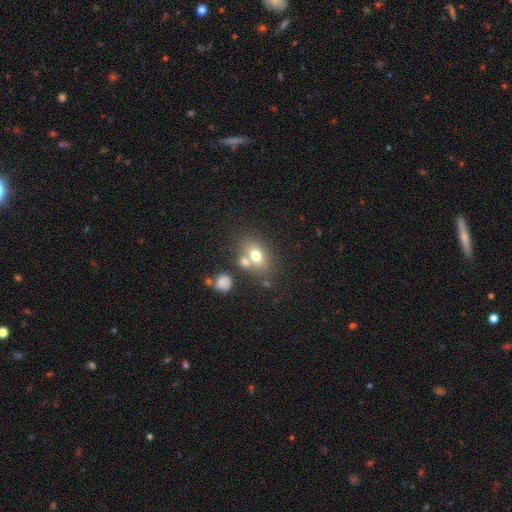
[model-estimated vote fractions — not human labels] A smooth galaxy with no disk features (69%) that is in between round and cigar-shaped (72%).

Vote fractions:
- Smooth or featured? smooth: 69% / featured or disk: 19% / star or artifact: 12%
- How rounded? in between: 72% / round: 26% / cigar-shaped: 2%
- Merging? none: 54% / merger: 28% / minor disturbance: 12% / major disturbance: 5%